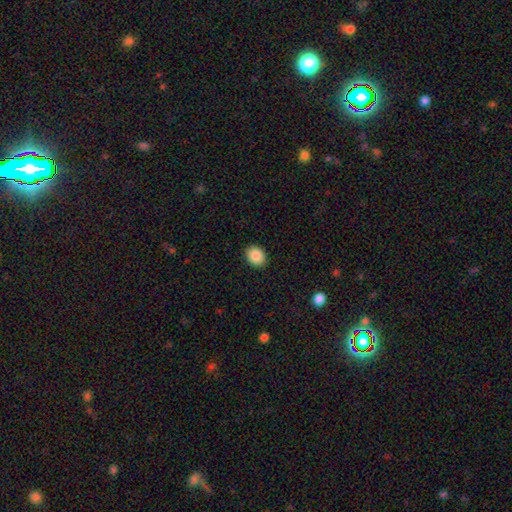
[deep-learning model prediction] Overall: smooth (87%). How rounded: round (54%; in between 45%). Merging: none (91%).